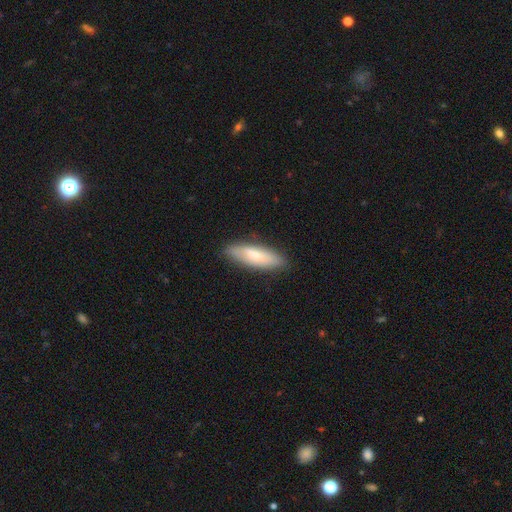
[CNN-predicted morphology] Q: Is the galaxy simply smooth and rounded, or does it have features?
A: smooth — 73%.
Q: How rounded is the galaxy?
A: cigar-shaped — 51%.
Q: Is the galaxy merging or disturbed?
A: none — 83%.